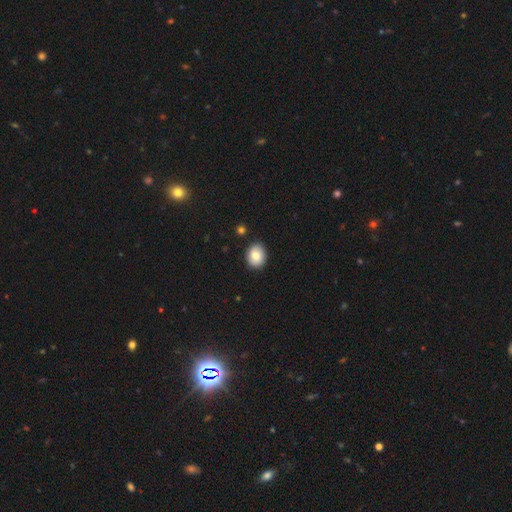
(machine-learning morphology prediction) Smooth or featured? smooth (79%)
How rounded? round (51%)
Merging? none (87%)